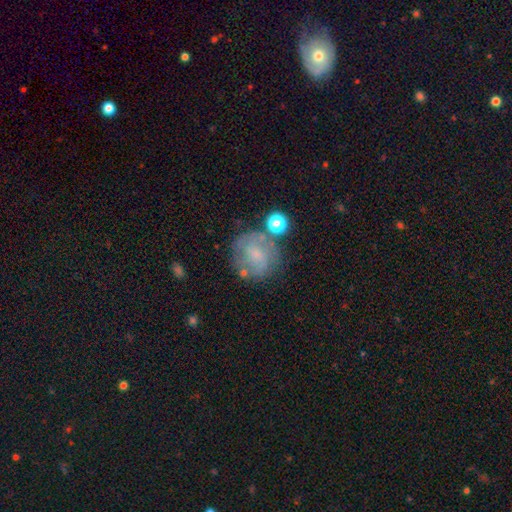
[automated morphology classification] The model was most divided on "smooth or featured": featured or disk: 45%, smooth: 43%, star or artifact: 12%. More confident: merging — none (59%).